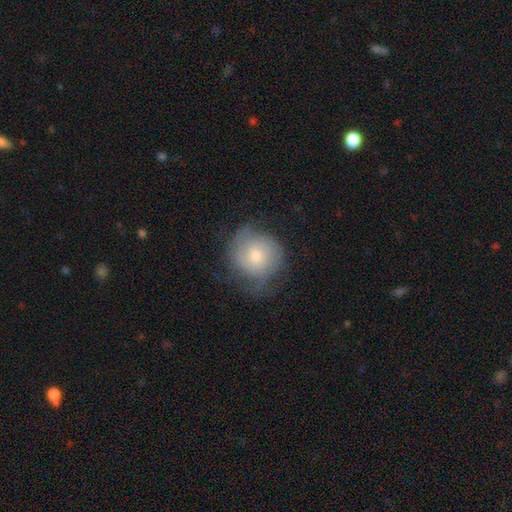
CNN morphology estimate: The model was most divided on "bulge size": small: 48%, moderate: 45%, large: 4%, none: 2%, dominant: 1%. More confident: edge-on disk — no (97%); spiral arms — yes (82%); bar — no (79%); merging — none (61%); smooth or featured — featured or disk (54%).